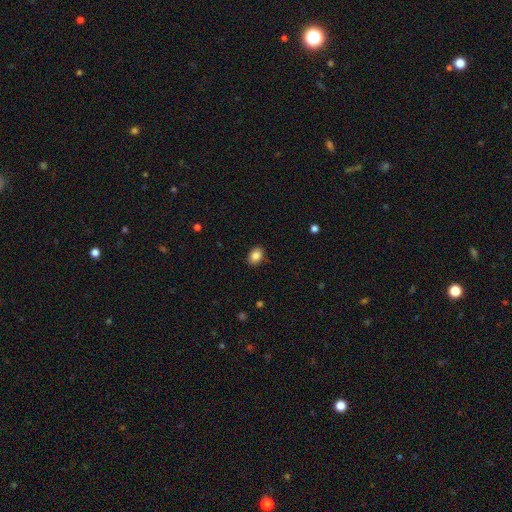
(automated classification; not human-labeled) Smooth or featured? Predicted: smooth (p=0.87). How rounded? Predicted: in between (p=0.73). Merging? Predicted: none (p=0.87).